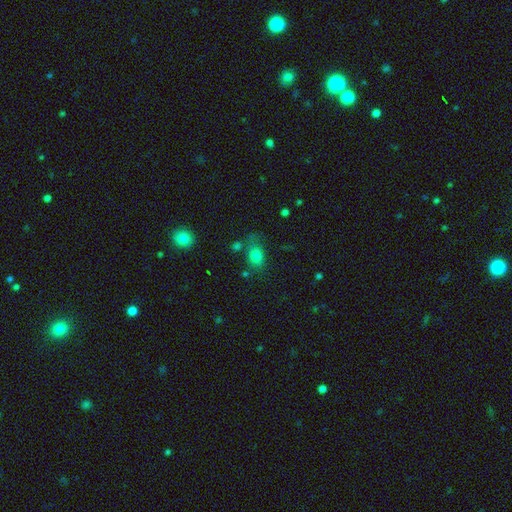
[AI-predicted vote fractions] Smooth or featured?
  - smooth: 78% *
  - star or artifact: 13%
  - featured or disk: 9%
How rounded?
  - in between: 65% *
  - round: 33%
  - cigar-shaped: 2%
Merging?
  - none: 59% *
  - minor disturbance: 22%
  - major disturbance: 10%
  - merger: 9%